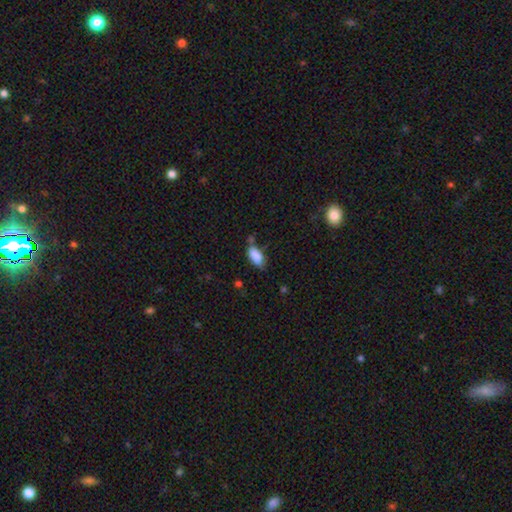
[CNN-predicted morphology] Smooth or featured? Predicted: smooth (p=0.87). How rounded? Predicted: in between (p=0.92). Merging? Predicted: none (p=0.57).